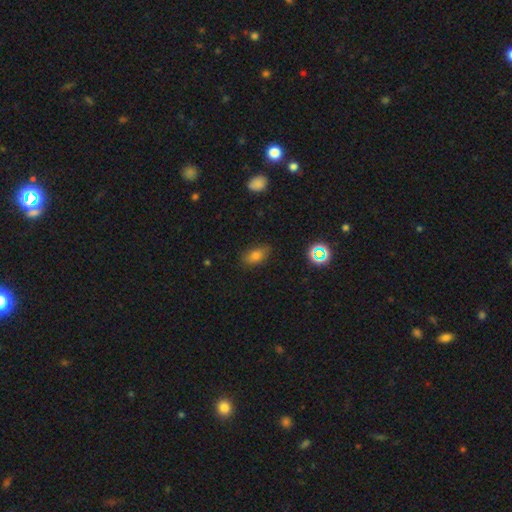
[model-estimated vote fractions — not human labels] A smooth galaxy with no disk features (77%) that is in between round and cigar-shaped (86%). Merging: none (81%).